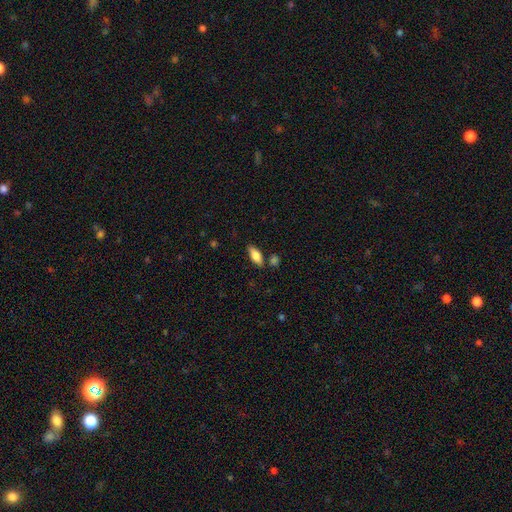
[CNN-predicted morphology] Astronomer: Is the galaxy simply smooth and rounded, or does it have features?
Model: smooth — 78%.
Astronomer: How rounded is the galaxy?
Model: in between — 80%.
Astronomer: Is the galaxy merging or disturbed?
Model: none — 79%.